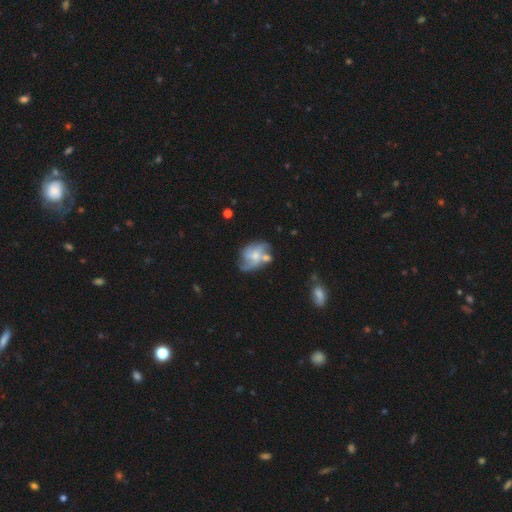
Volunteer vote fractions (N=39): Smooth or featured: featured or disk — 82% (smooth — 18%)
Edge-on disk: no — 100%
Bar: no — 66% (weak — 34%)
Spiral arms: yes — 97% (no — 3%)
Spiral winding: medium — 52% (loose — 39%)
Spiral arm count: 3 — 48% (2 — 26%)
Bulge size: small — 50% (moderate — 31%)
Merging: none — 46% (major disturbance — 23%)